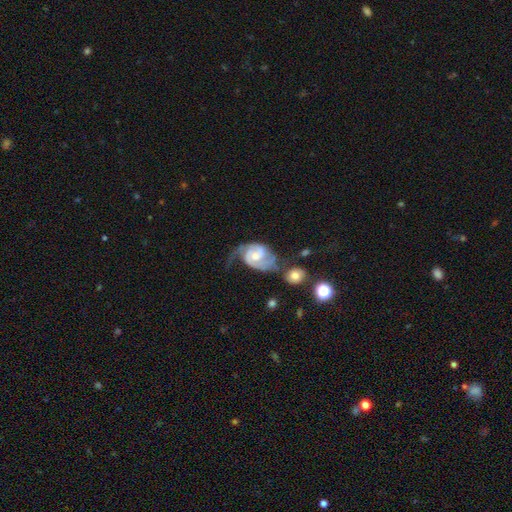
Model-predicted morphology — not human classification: This is clearly a featured or disk galaxy (87%). It is clearly not viewed edge-on (98%). Bar: possibly no (50%). Spiral arm pattern: clearly yes (97%). Spiral arm count: likely 2 (80%). Spiral winding: possibly medium (46%). Central bulge: possibly moderate (48%). Merging: marginally none (38%).